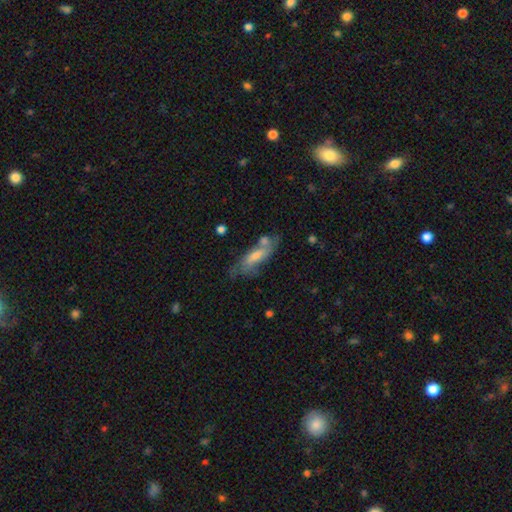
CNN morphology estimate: type=featured or disk (47%); merging=none (51%).